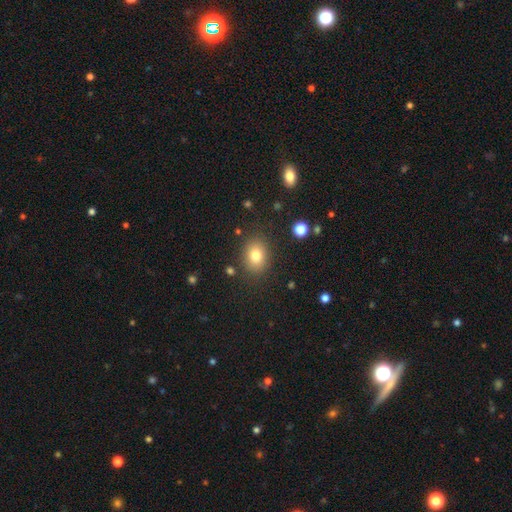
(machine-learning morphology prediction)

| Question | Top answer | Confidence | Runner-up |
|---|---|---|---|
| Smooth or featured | smooth | 80% | star or artifact (11%) |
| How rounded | in between | 54% | round (45%) |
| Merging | none | 84% | minor disturbance (10%) |